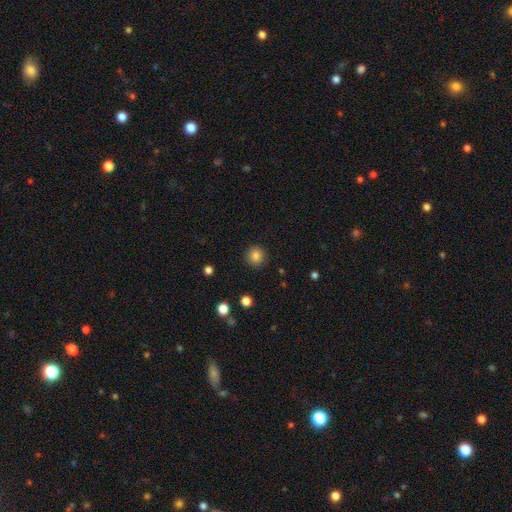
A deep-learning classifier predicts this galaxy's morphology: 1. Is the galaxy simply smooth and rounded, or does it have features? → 84% smooth, 11% star or artifact, 5% featured or disk.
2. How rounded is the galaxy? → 94% round, 5% in between, 1% cigar-shaped.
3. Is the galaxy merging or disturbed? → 90% none, 7% minor disturbance, 2% major disturbance, 1% merger.